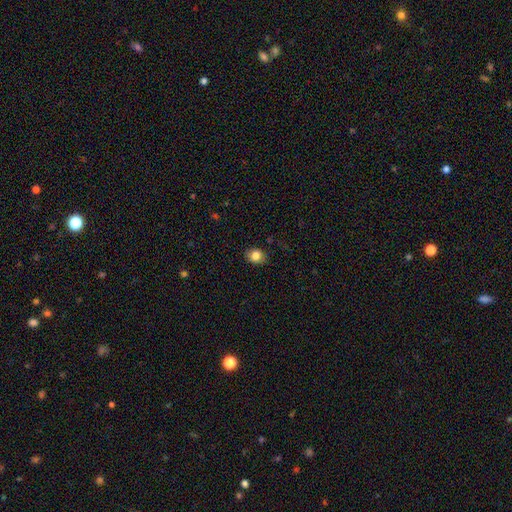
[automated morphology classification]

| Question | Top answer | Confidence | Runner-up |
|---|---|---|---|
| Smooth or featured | smooth | 83% | star or artifact (10%) |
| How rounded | round | 61% | in between (38%) |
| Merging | none | 84% | minor disturbance (12%) |